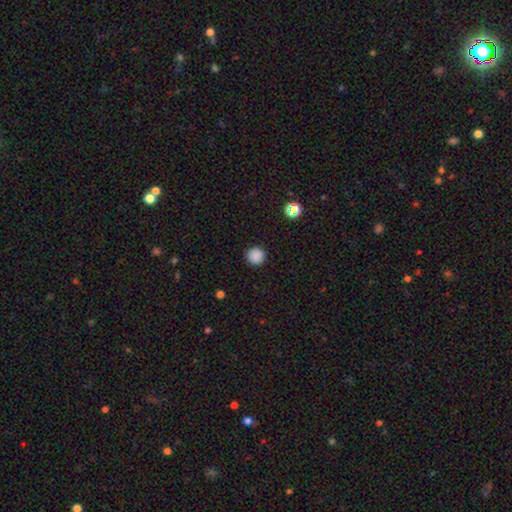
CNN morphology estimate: Q: Smooth or featured?
A: smooth (86%); runner-up: star or artifact (11%)
Q: How rounded?
A: round (95%); runner-up: in between (4%)
Q: Merging?
A: none (92%); runner-up: minor disturbance (5%)